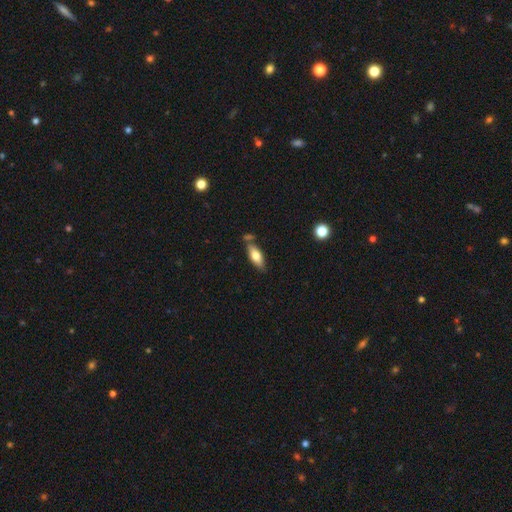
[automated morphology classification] A smooth galaxy with no disk features (70%) that is in between round and cigar-shaped (72%). Merging: none (67%).